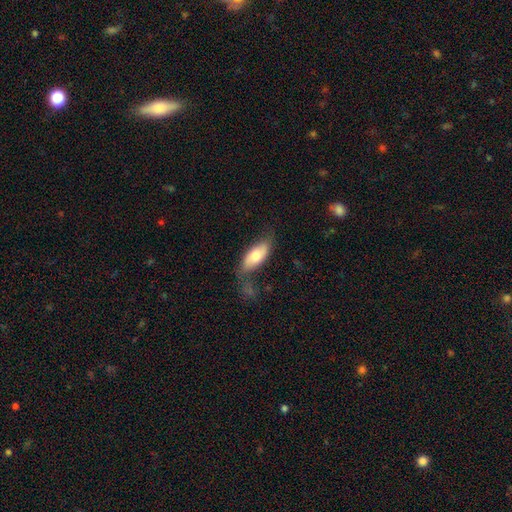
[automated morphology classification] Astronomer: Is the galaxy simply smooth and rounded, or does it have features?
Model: smooth — 68%.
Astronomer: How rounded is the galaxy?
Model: in between — 83%.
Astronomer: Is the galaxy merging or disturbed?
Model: none — 56%.